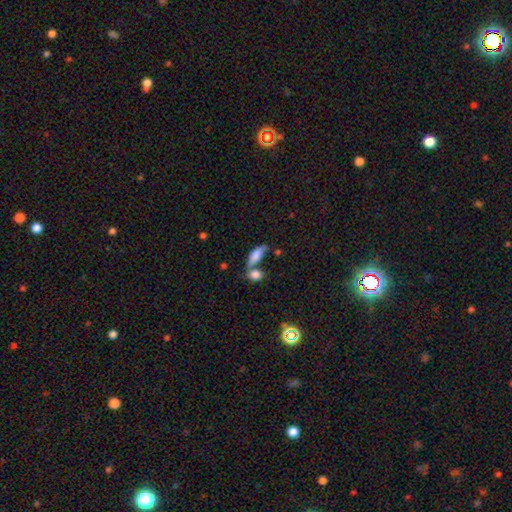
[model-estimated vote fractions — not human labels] smooth-or-featured: smooth: 80% | featured or disk: 12% | star or artifact: 8%
  how-rounded: in between: 74% | cigar-shaped: 22% | round: 4%
  merging: none: 40% | merger: 37% | minor disturbance: 16% | major disturbance: 7%